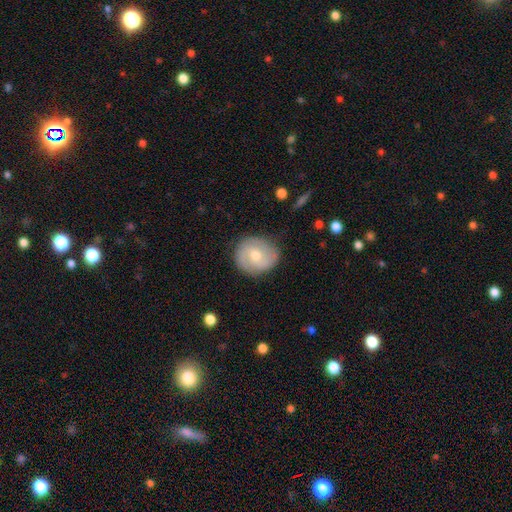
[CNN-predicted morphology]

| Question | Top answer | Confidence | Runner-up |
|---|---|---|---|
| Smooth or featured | featured or disk | 48% | smooth (45%) |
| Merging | none | 82% | minor disturbance (13%) |